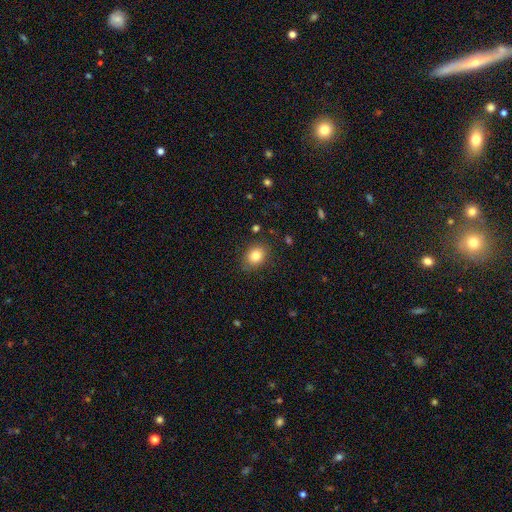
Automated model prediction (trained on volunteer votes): Overall: smooth (82%). How rounded: in between (50%; round 49%). Merging: none (84%).